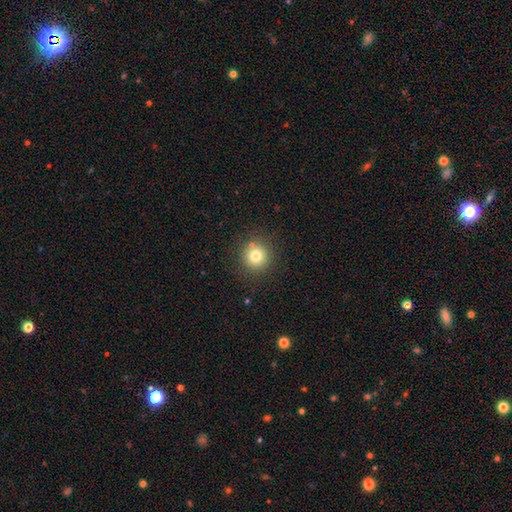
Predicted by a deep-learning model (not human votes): smooth 78%, star or artifact 14%, featured or disk 8%. Down the decision tree: how rounded — round (94%); merging — none (86%).